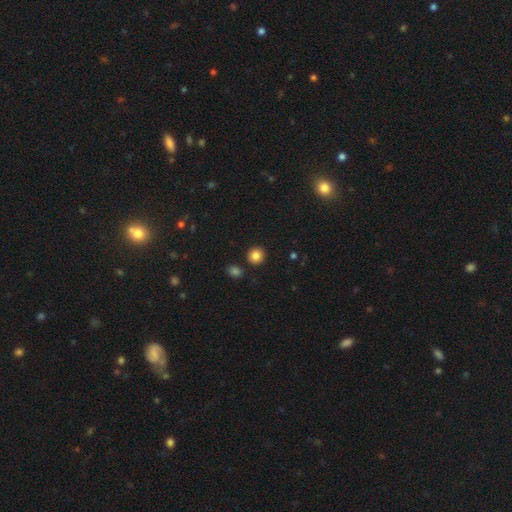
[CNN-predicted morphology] Smooth or featured: smooth — 85% (star or artifact — 10%)
How rounded: round — 91% (in between — 8%)
Merging: none — 89% (minor disturbance — 6%)